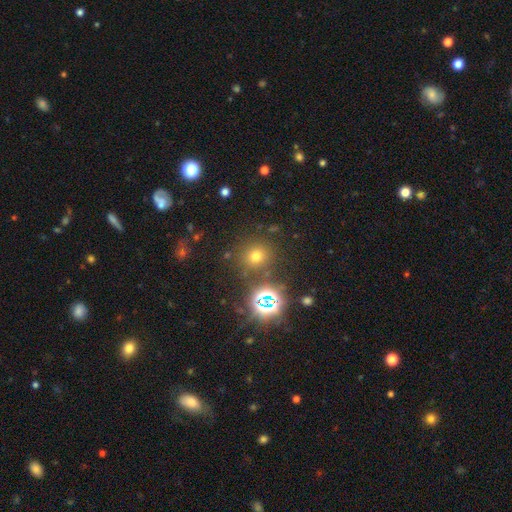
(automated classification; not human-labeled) Smooth or featured? Predicted: smooth (p=0.61). How rounded? Predicted: round (p=0.89). Merging? Predicted: none (p=0.83).